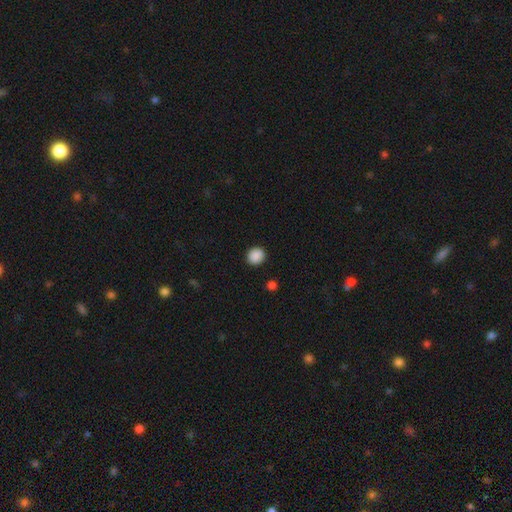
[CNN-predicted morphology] smooth_or_featured: smooth (p=0.89) [alt: star or artifact p=0.09]
how_rounded: round (p=0.85) [alt: in between p=0.14]
merging: none (p=0.91) [alt: minor disturbance p=0.06]